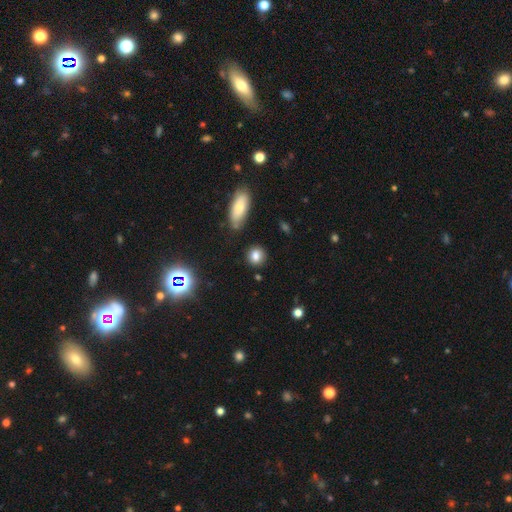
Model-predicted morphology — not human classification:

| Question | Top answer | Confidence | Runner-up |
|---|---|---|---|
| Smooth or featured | smooth | 82% | star or artifact (11%) |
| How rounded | round | 81% | in between (17%) |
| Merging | none | 85% | minor disturbance (9%) |